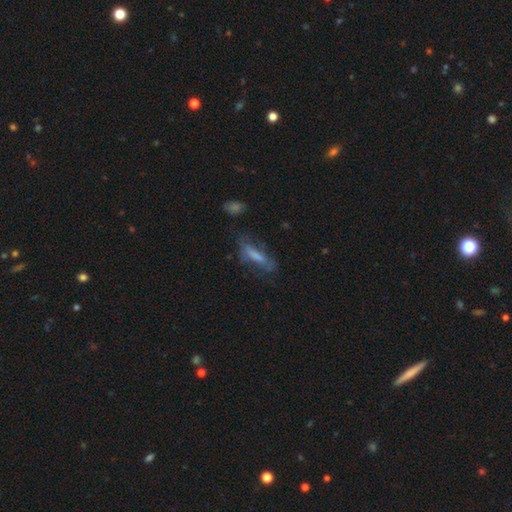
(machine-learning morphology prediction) This is possibly a smooth galaxy (52%). How rounded: likely cigar-shaped (64%). Merging: possibly none (51%).